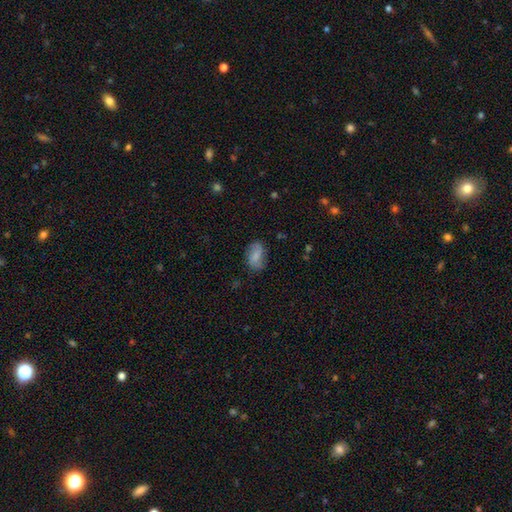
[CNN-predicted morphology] smooth 69%, featured or disk 23%, star or artifact 8%. Down the decision tree: how rounded — in between (88%); merging — none (71%).